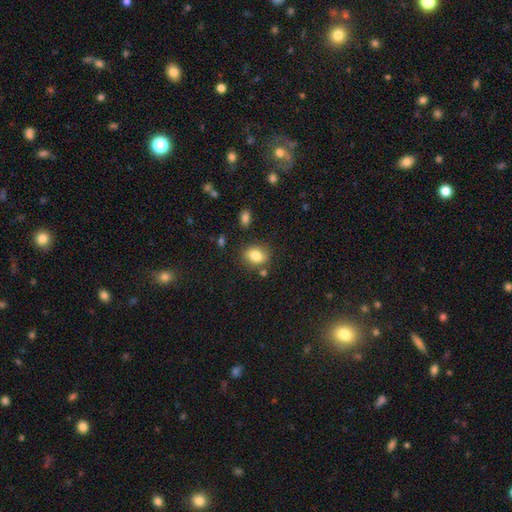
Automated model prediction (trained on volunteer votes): Smooth or featured? Predicted: smooth (p=0.81). How rounded? Predicted: in between (p=0.61). Merging? Predicted: none (p=0.78).